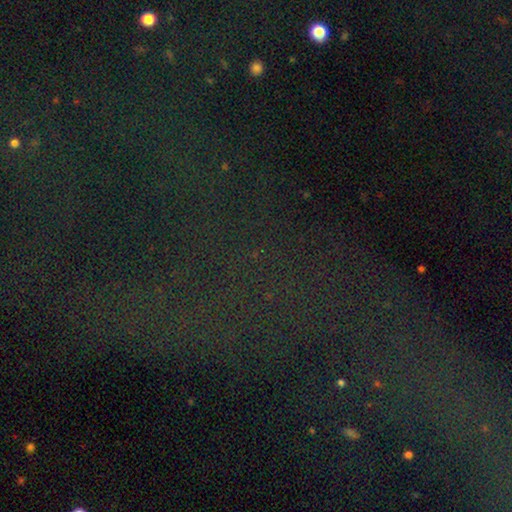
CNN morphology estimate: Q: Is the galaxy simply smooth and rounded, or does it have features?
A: star or artifact — 80%.